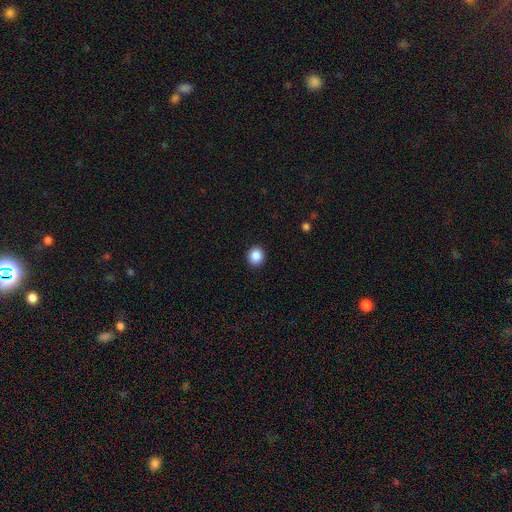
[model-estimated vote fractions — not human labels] Smooth or featured? smooth (87%)
How rounded? round (85%)
Merging? none (92%)